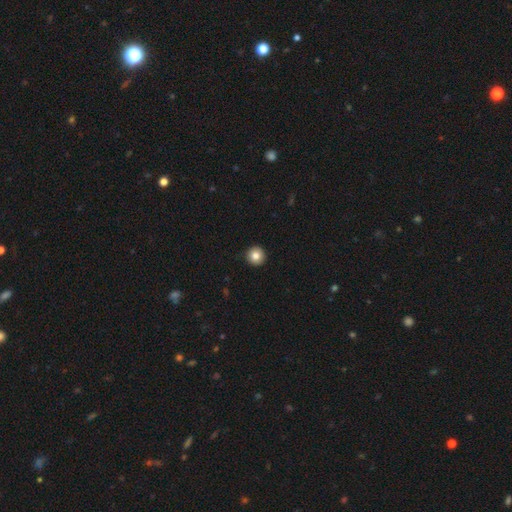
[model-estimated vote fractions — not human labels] smooth-or-featured: smooth: 83% | star or artifact: 9% | featured or disk: 8%
  how-rounded: round: 96% | in between: 3% | cigar-shaped: 1%
  merging: none: 93% | minor disturbance: 4% | major disturbance: 1% | merger: 1%